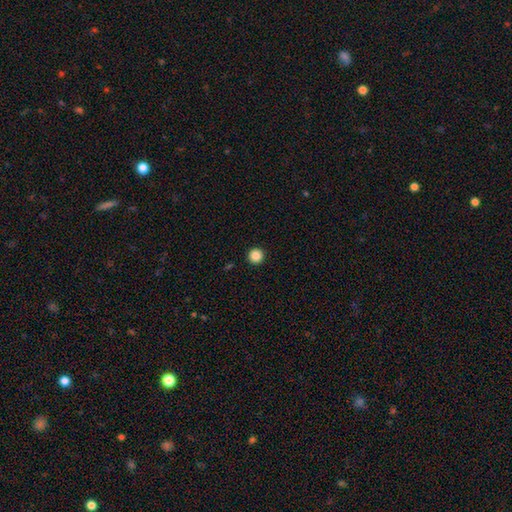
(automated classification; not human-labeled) Morphology: type=smooth (86%); roundness=round (96%); merging=none (94%).